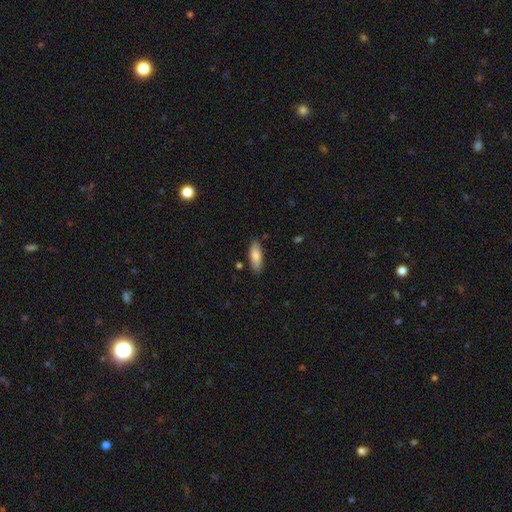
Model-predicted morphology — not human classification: A smooth galaxy with no disk features (83%) that is in between round and cigar-shaped (65%). Merging: none (85%).